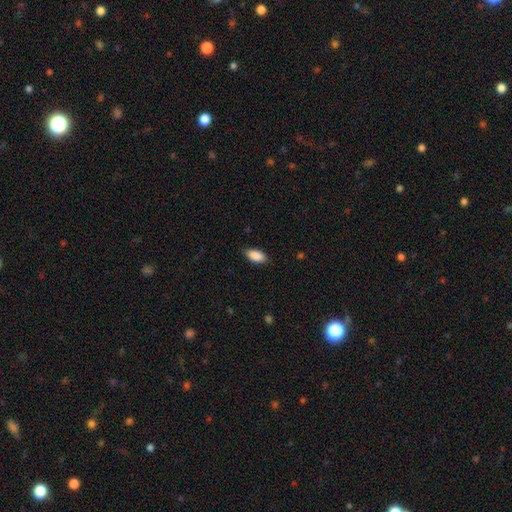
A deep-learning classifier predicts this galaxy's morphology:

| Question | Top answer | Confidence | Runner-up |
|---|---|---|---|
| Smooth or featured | smooth | 89% | star or artifact (7%) |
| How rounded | in between | 91% | cigar-shaped (6%) |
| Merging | none | 84% | minor disturbance (13%) |